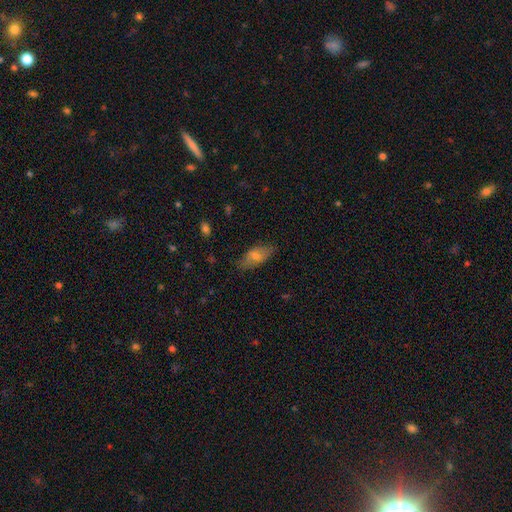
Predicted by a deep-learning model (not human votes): Smooth or featured: smooth — 62% (featured or disk — 29%)
How rounded: in between — 79% (cigar-shaped — 18%)
Merging: none — 79% (minor disturbance — 16%)